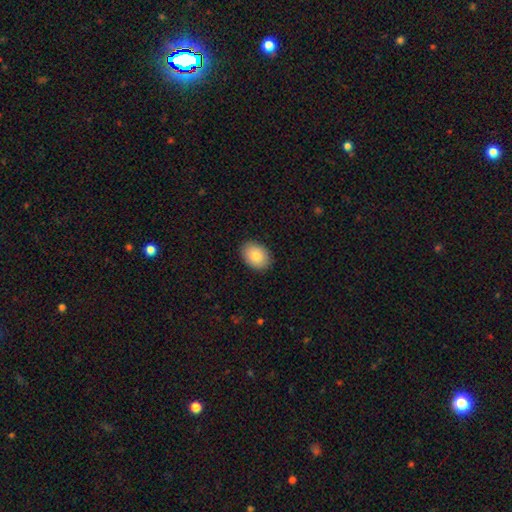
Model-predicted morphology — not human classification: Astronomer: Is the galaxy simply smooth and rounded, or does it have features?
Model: smooth — 86%.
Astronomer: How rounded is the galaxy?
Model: in between — 76%.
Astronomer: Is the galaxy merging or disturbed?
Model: none — 89%.